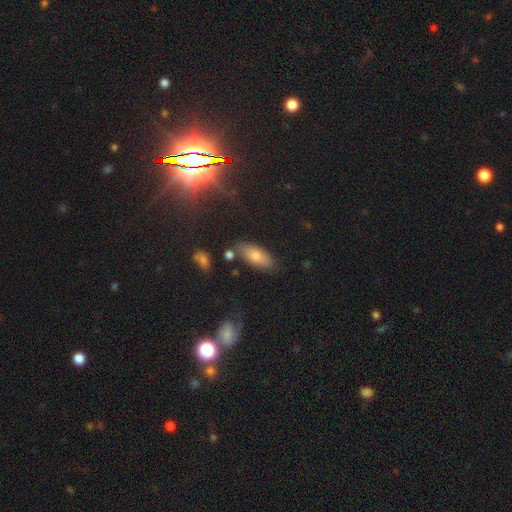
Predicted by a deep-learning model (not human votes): smooth-or-featured: smooth: 73% | featured or disk: 19% | star or artifact: 8%
  how-rounded: in between: 83% | cigar-shaped: 14% | round: 3%
  merging: none: 77% | minor disturbance: 15% | merger: 5% | major disturbance: 4%